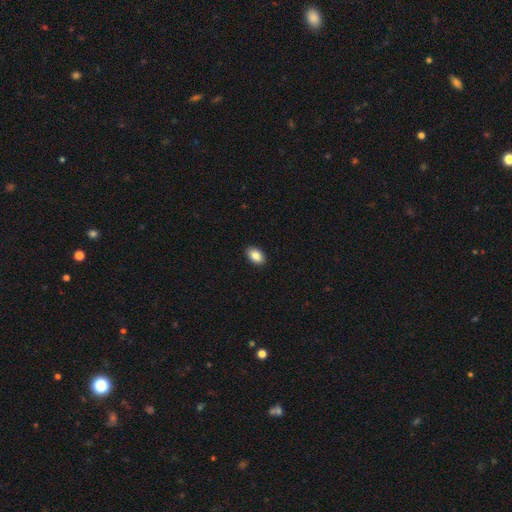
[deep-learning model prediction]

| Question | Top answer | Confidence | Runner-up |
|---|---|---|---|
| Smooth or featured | smooth | 88% | star or artifact (7%) |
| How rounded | in between | 90% | round (8%) |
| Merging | none | 91% | minor disturbance (7%) |